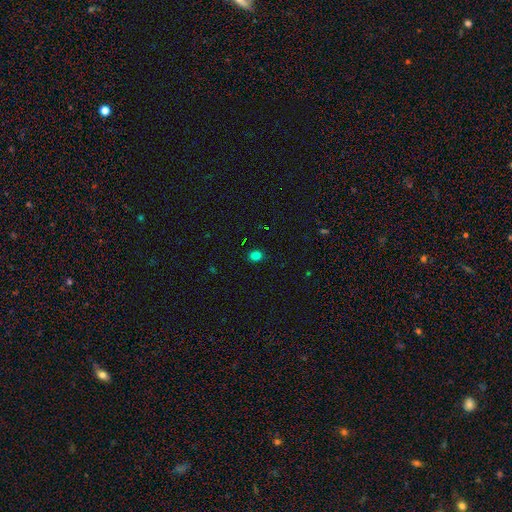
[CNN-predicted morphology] The model was most divided on "how rounded": round: 59%, in between: 40%, cigar-shaped: 1%. More confident: merging — none (89%); smooth or featured — smooth (80%).